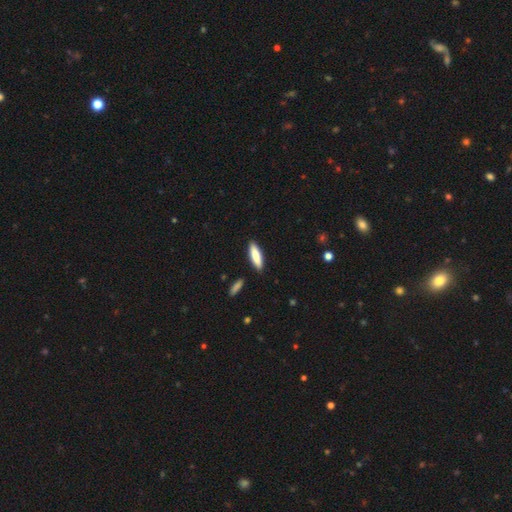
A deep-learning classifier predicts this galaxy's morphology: This appears to be a smooth galaxy with no disk features (81%) that is cigar-shaped (61%). Merging: none (89%).